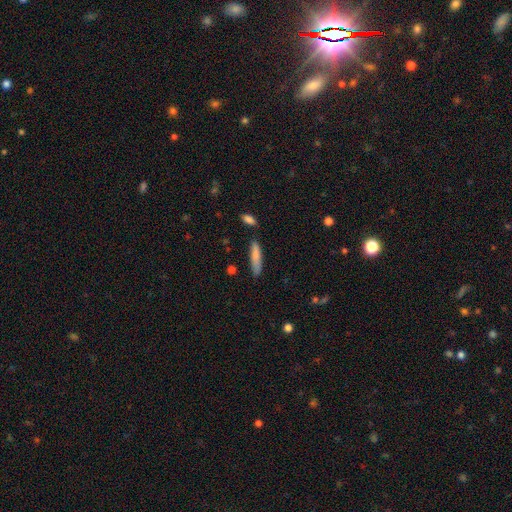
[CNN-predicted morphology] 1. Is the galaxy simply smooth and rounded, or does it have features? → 79% smooth, 15% featured or disk, 6% star or artifact.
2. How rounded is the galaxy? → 83% cigar-shaped, 15% in between, 2% round.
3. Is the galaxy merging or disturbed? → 78% none, 15% minor disturbance, 4% merger, 3% major disturbance.